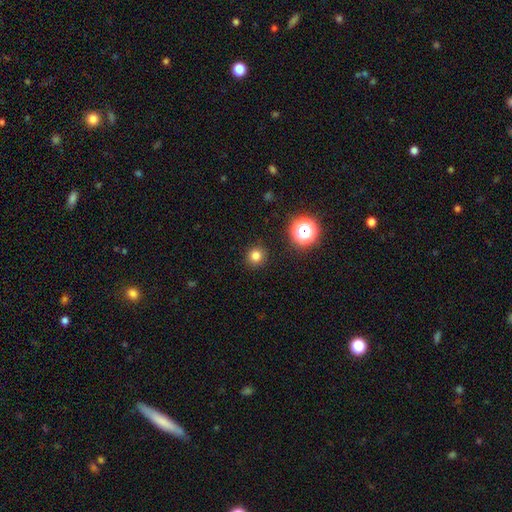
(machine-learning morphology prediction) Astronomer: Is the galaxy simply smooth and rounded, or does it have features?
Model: smooth — 80%.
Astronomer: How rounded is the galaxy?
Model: round — 92%.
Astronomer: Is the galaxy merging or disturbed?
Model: none — 91%.